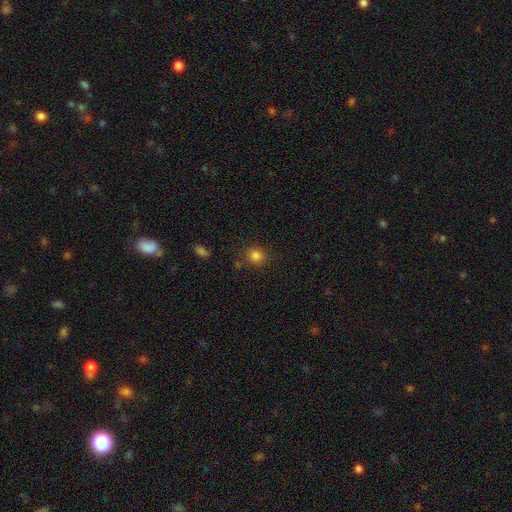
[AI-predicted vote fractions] Smooth or featured: smooth — 82% (star or artifact — 13%)
How rounded: round — 86% (in between — 13%)
Merging: none — 81% (minor disturbance — 11%)